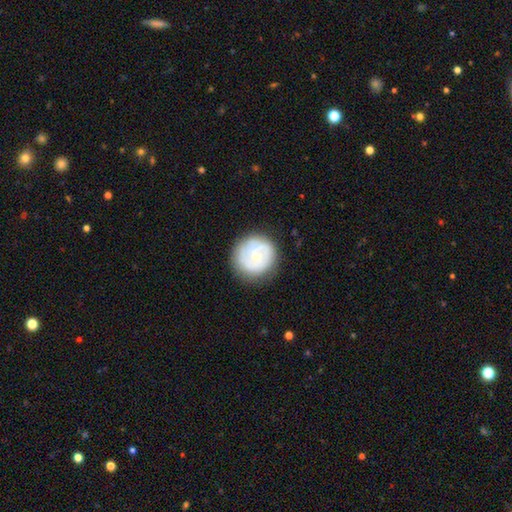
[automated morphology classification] This is possibly a featured or disk galaxy (50%). It is clearly not viewed edge-on (98%). Merging: likely none (79%).